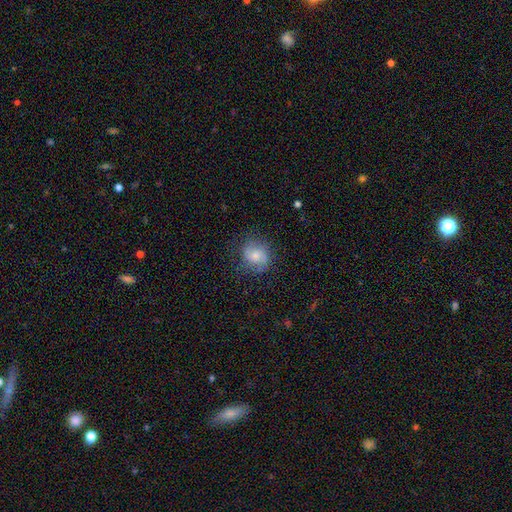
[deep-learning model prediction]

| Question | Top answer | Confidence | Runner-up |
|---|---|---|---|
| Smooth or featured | smooth | 57% | featured or disk (34%) |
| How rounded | round | 76% | in between (23%) |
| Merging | none | 74% | minor disturbance (17%) |